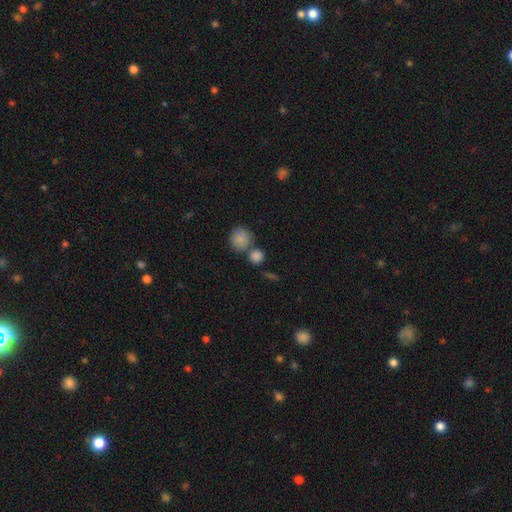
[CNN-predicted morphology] type=smooth (85%); roundness=round (80%); merging=none (52%).